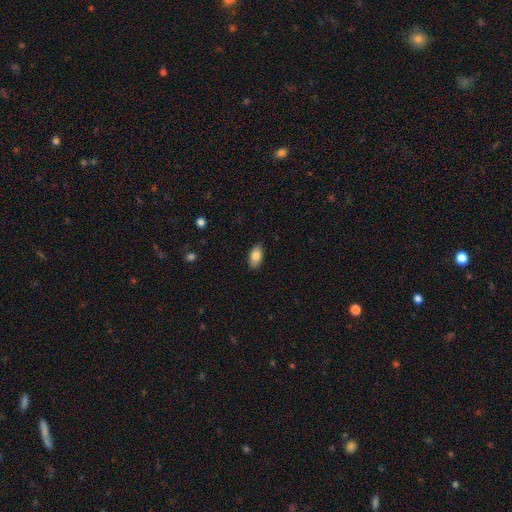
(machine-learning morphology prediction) type=smooth (84%); roundness=in between (92%); merging=none (87%).